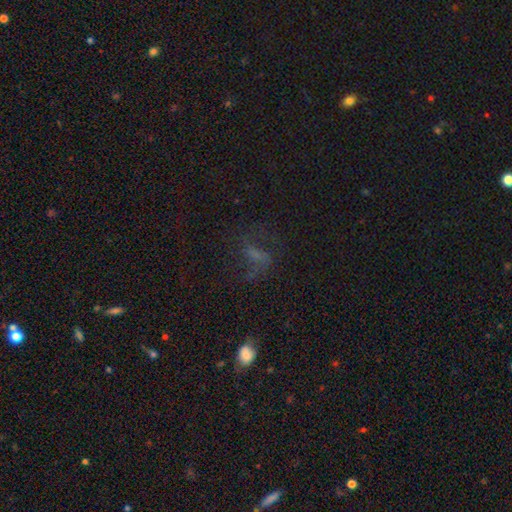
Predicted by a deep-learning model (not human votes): Smooth or featured: featured or disk — 41% (smooth — 32%)
Merging: none — 54% (major disturbance — 25%)